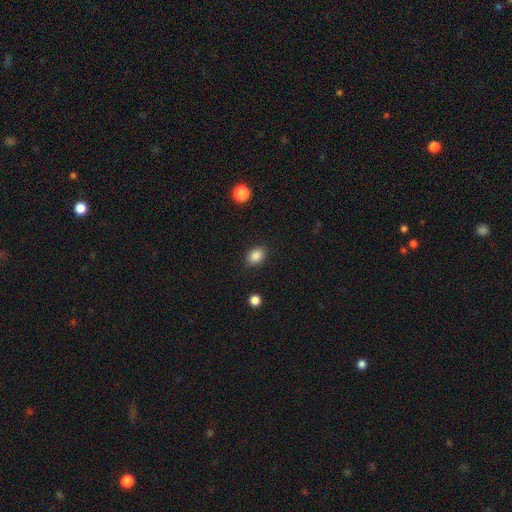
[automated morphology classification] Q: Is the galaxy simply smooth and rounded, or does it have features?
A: smooth — 87%.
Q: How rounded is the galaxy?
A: in between — 73%.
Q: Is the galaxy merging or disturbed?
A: none — 87%.